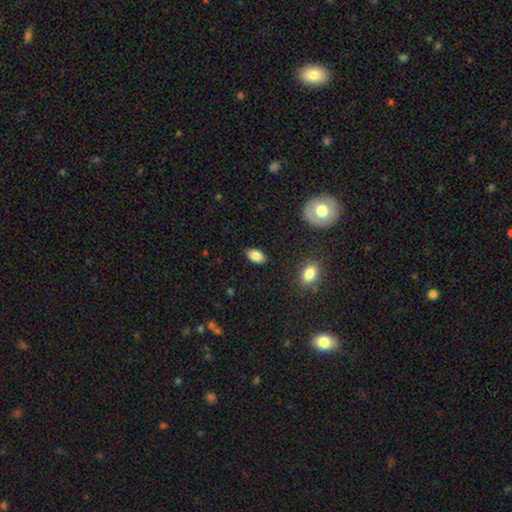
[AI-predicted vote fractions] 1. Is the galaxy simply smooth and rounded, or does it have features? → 86% smooth, 8% star or artifact, 6% featured or disk.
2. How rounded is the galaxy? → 92% in between, 5% round, 3% cigar-shaped.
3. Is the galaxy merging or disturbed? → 88% none, 9% minor disturbance, 2% major disturbance, 1% merger.